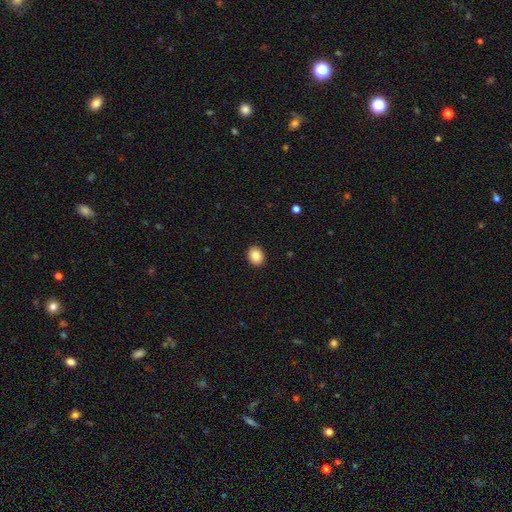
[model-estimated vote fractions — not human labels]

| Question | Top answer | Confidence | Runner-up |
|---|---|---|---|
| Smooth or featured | smooth | 85% | star or artifact (9%) |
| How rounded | round | 63% | in between (36%) |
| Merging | none | 92% | minor disturbance (5%) |